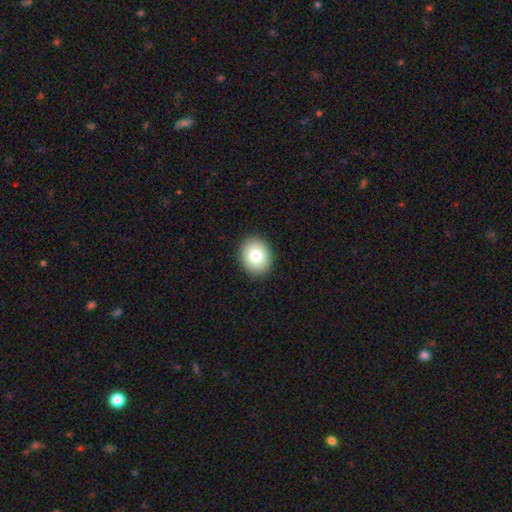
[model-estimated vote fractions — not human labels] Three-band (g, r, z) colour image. It shows a smooth galaxy with no disk features (81%) that is round (56%). Merging: none (90%).